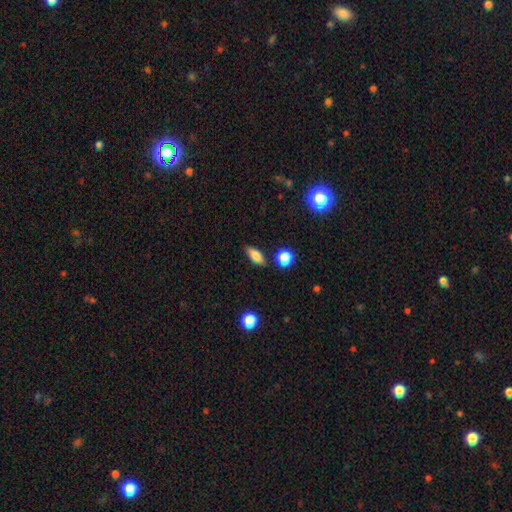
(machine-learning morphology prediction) Smooth or featured?
  - smooth: 82% *
  - featured or disk: 9%
  - star or artifact: 9%
How rounded?
  - in between: 76% *
  - cigar-shaped: 17%
  - round: 7%
Merging?
  - none: 83% *
  - minor disturbance: 11%
  - merger: 3%
  - major disturbance: 3%